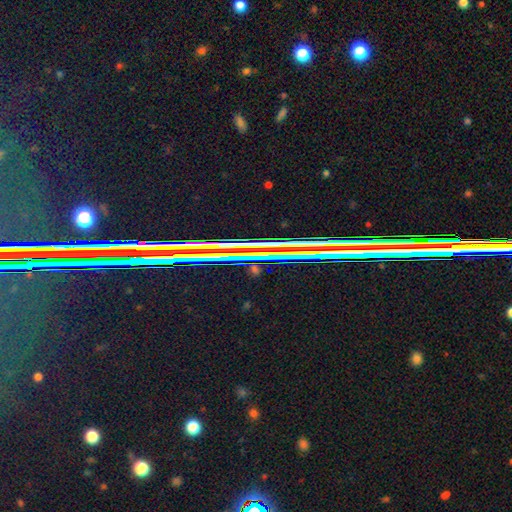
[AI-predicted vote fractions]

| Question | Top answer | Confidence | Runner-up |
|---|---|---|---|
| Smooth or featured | star or artifact | 80% | featured or disk (12%) |